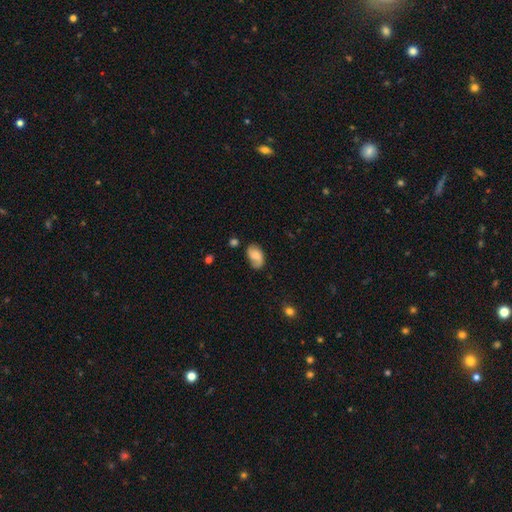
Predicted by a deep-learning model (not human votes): This is possibly a smooth galaxy (55%). How rounded: clearly in between (89%). Merging: likely none (62%).